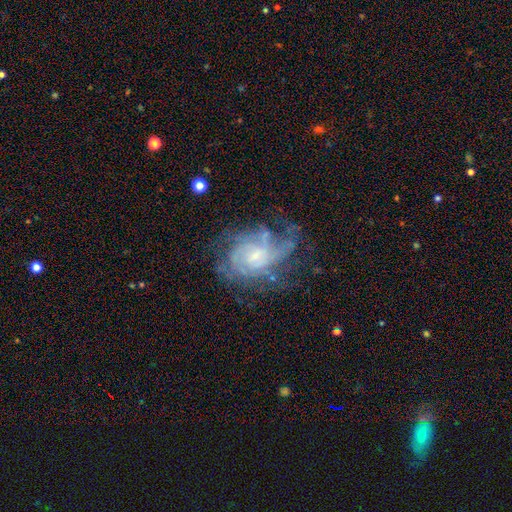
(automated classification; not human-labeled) featured or disk 83%, smooth 9%, star or artifact 8%. Down the decision tree: edge-on disk — no (97%); bar — no (63%); spiral arms — yes (93%); spiral arm count — can't tell (38%); spiral winding — tight (56%); bulge size — small (63%); merging — none (56%).